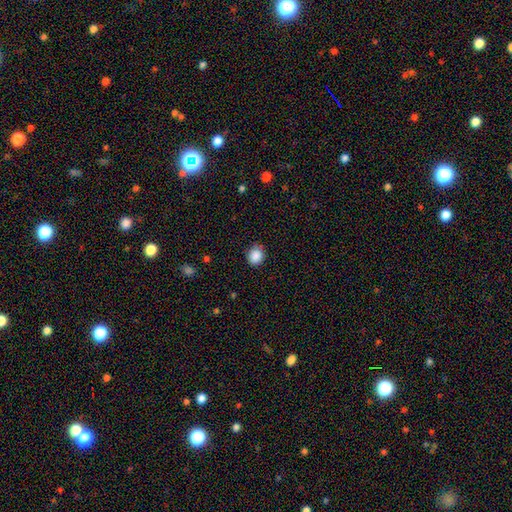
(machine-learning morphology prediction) smooth_or_featured: smooth (p=0.88) [alt: star or artifact p=0.09]
how_rounded: round (p=0.78) [alt: in between p=0.21]
merging: none (p=0.84) [alt: minor disturbance p=0.12]